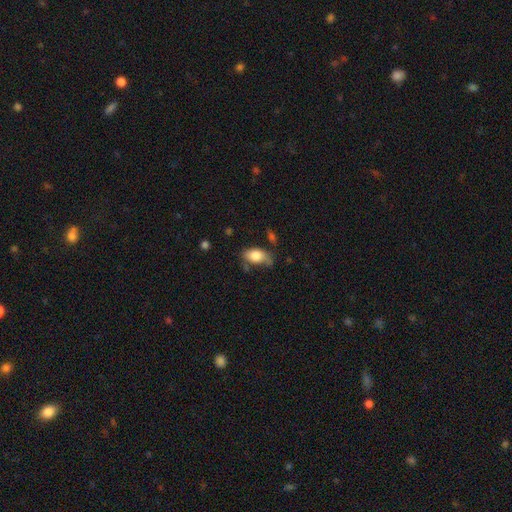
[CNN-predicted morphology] Smooth or featured?
  - smooth: 77% *
  - featured or disk: 16%
  - star or artifact: 7%
How rounded?
  - in between: 89% *
  - round: 8%
  - cigar-shaped: 3%
Merging?
  - none: 48% *
  - minor disturbance: 33%
  - major disturbance: 14%
  - merger: 6%